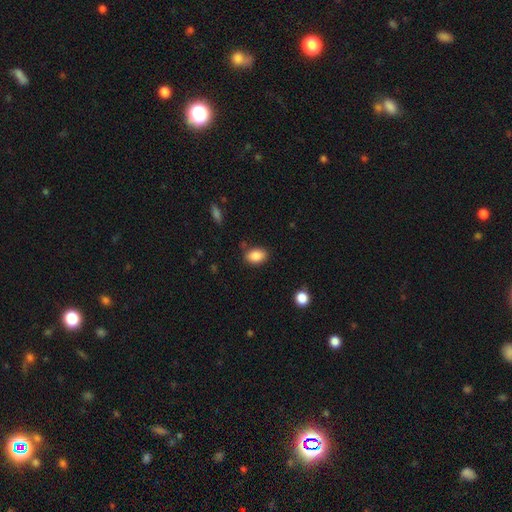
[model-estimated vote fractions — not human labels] Morphology: type=smooth (86%); roundness=in between (81%); merging=none (79%).